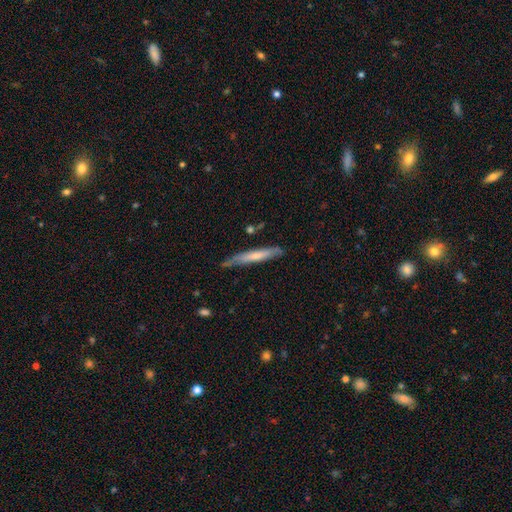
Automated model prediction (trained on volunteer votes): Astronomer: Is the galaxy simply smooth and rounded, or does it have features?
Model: smooth — 55% (runner-up: featured or disk, 40%).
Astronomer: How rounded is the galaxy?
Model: cigar-shaped — 94%.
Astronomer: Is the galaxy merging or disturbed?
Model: none — 74%.